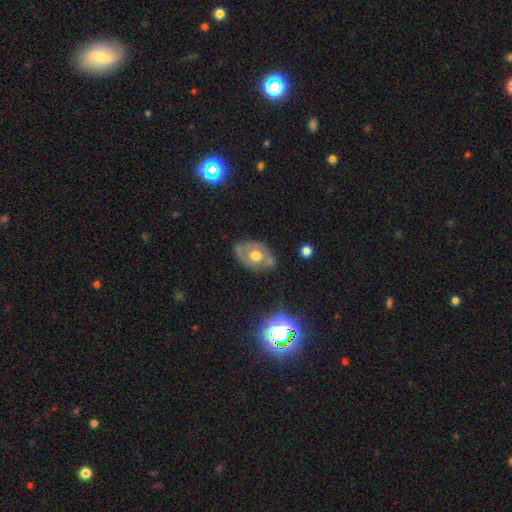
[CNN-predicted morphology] smooth_or_featured: featured or disk (p=0.54) [alt: smooth p=0.37]
disk_edge_on: no (p=0.92) [alt: yes p=0.08]
merging: none (p=0.57) [alt: minor disturbance p=0.28]